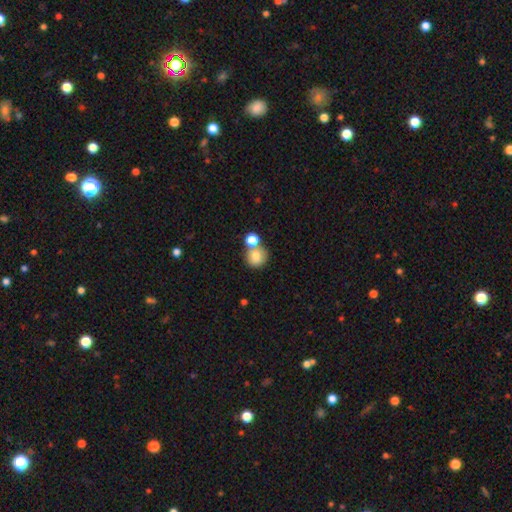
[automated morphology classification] A smooth galaxy with no disk features (81%) that is round (87%). Merging: none (52%).